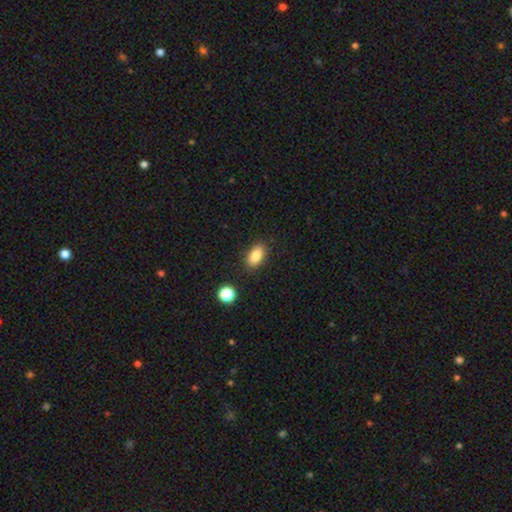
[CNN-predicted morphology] smooth_or_featured: smooth (p=0.85) [alt: star or artifact p=0.09]
how_rounded: in between (p=0.88) [alt: round p=0.09]
merging: none (p=0.86) [alt: minor disturbance p=0.09]